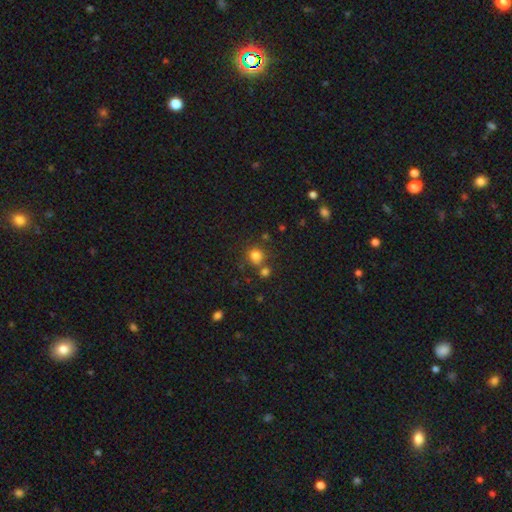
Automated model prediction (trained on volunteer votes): Morphology: type=smooth (79%); roundness=round (88%); merging=none (65%).